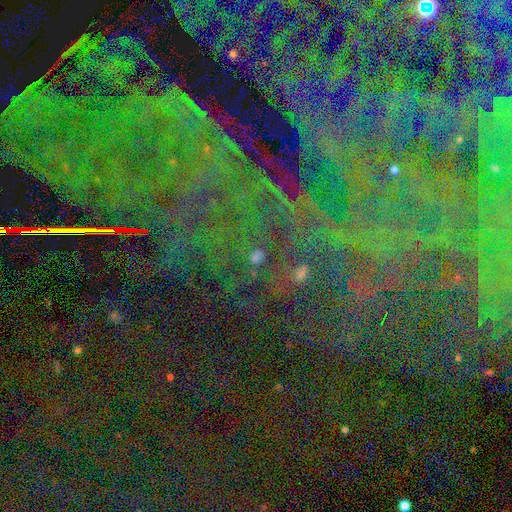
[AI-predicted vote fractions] This is likely a star or artifact rather than a galaxy (74%).